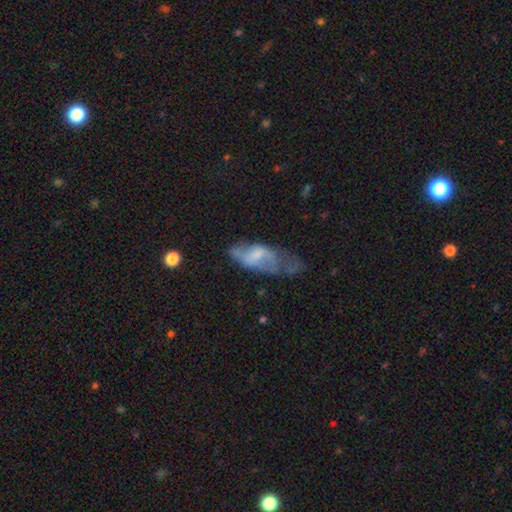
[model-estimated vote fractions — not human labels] Smooth or featured? featured or disk (46%)
Merging? major disturbance (33%)